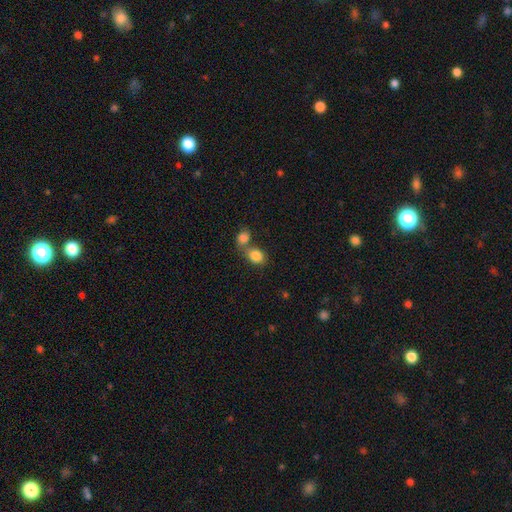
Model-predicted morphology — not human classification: Q: Smooth or featured?
A: smooth (85%); runner-up: star or artifact (9%)
Q: How rounded?
A: in between (50%); runner-up: round (49%)
Q: Merging?
A: merger (48%); runner-up: none (40%)